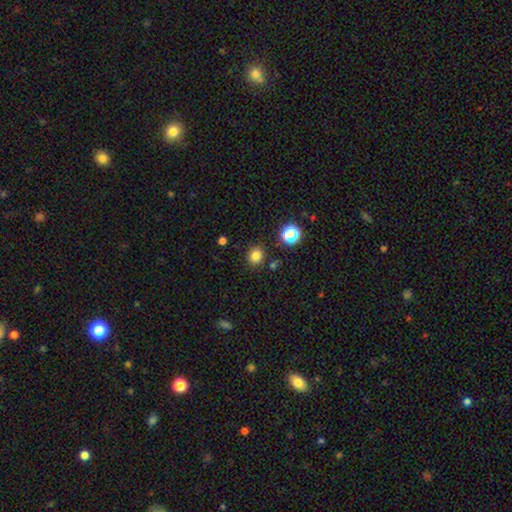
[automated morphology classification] This appears to be a smooth galaxy with no disk features (80%) that is round (84%). Merging: none (86%).